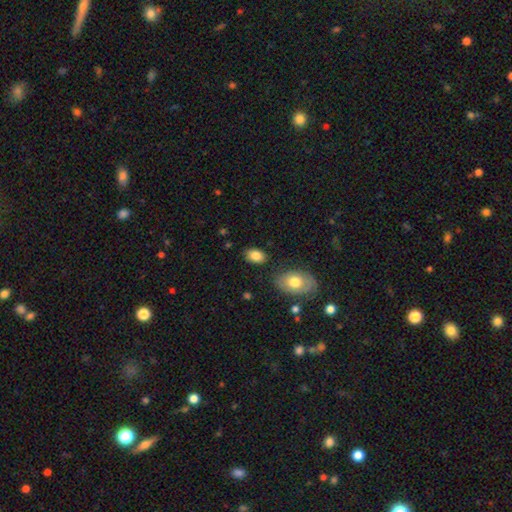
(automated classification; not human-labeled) Overall: smooth (84%). How rounded: in between (85%). Merging: none (81%).